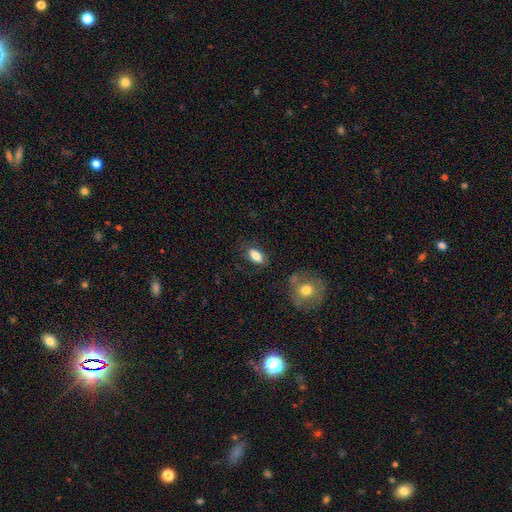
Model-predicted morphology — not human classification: Smooth or featured? Predicted: smooth (p=0.82). How rounded? Predicted: in between (p=0.88). Merging? Predicted: none (p=0.78).